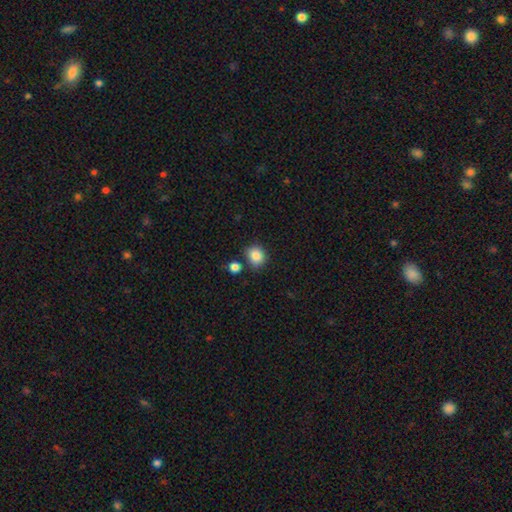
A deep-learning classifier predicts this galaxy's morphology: A smooth galaxy with no disk features (85%) that is round (78%). Merging: none (75%).